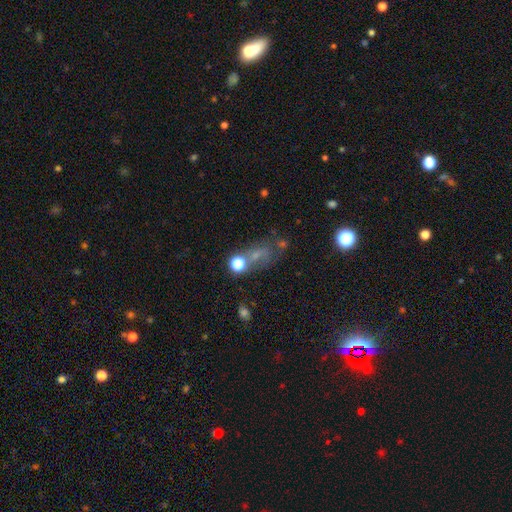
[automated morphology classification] The model was most divided on "smooth or featured": smooth: 39%, star or artifact: 32%, featured or disk: 29%. Remaining: merging — none (47%).